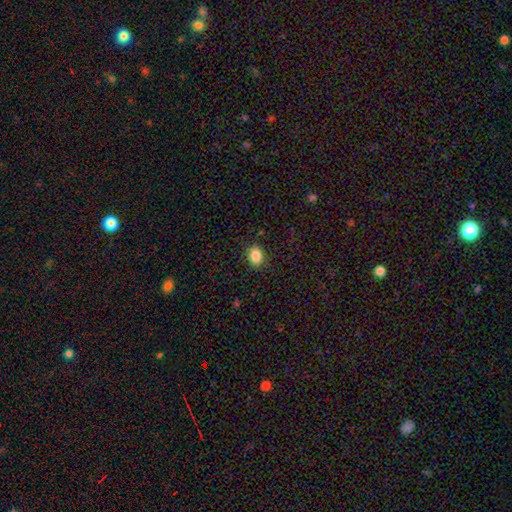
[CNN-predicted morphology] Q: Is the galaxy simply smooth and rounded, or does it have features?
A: smooth — 87%.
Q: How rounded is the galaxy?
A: in between — 76%.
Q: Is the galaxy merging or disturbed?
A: none — 85%.